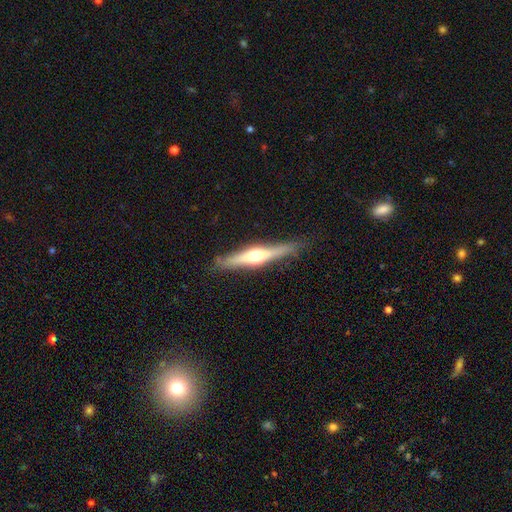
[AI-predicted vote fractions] Morphology: type=featured or disk (69%); edge-on=yes (96%); edge-on bulge=rounded (93%); merging=none (86%).